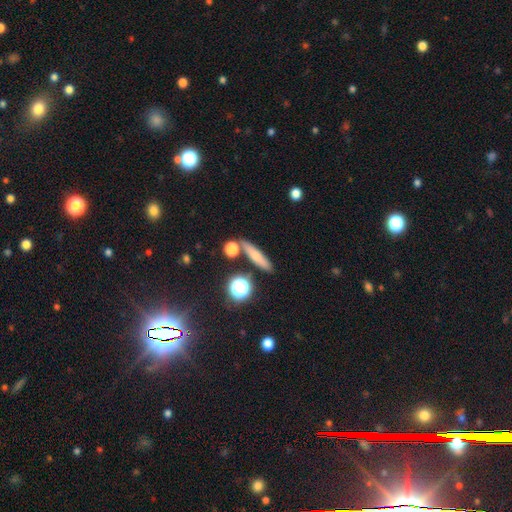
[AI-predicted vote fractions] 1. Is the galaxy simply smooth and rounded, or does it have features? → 67% smooth, 20% featured or disk, 13% star or artifact.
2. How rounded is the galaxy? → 70% cigar-shaped, 17% in between, 13% round.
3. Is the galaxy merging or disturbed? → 80% none, 10% minor disturbance, 8% merger, 3% major disturbance.